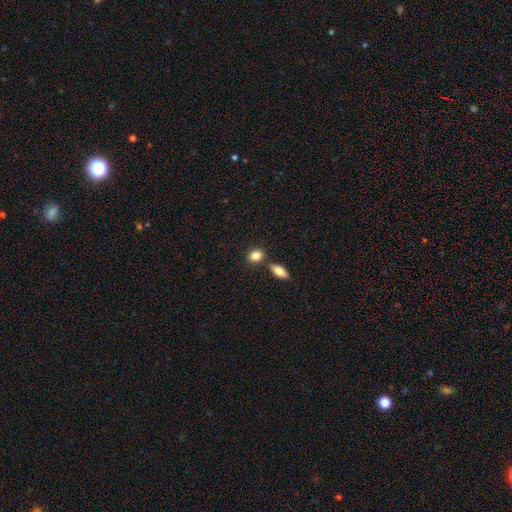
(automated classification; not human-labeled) Smooth or featured?
  - smooth: 84% *
  - star or artifact: 8%
  - featured or disk: 7%
How rounded?
  - in between: 58% *
  - round: 40%
  - cigar-shaped: 3%
Merging?
  - none: 68% *
  - merger: 19%
  - minor disturbance: 11%
  - major disturbance: 3%